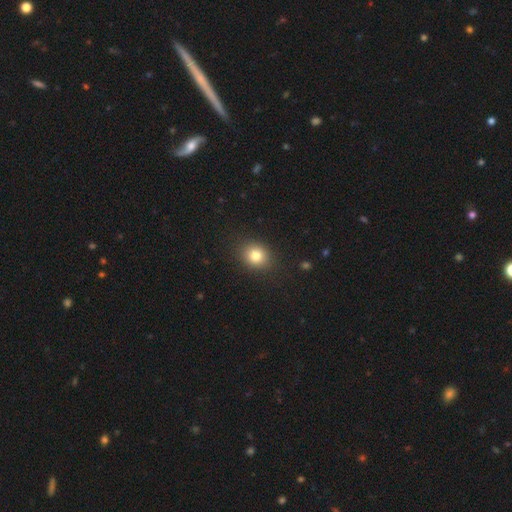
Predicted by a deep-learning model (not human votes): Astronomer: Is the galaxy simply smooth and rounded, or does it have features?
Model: smooth — 82%.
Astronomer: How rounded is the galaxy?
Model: round — 66%.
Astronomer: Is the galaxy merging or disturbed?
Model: none — 88%.